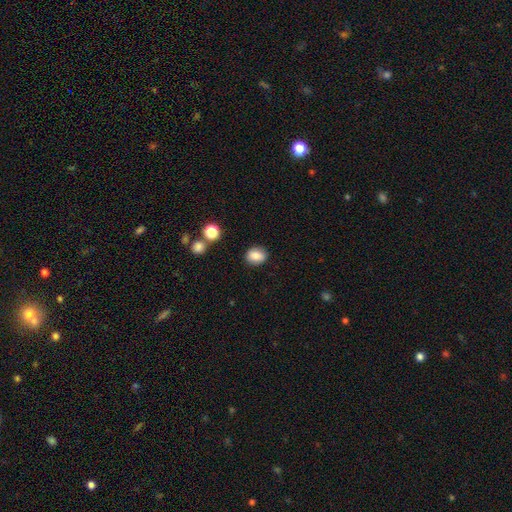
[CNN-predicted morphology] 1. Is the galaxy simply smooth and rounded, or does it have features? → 82% smooth, 10% star or artifact, 8% featured or disk.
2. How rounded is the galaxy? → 50% round, 48% in between, 1% cigar-shaped.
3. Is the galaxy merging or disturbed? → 87% none, 9% minor disturbance, 2% major disturbance, 2% merger.